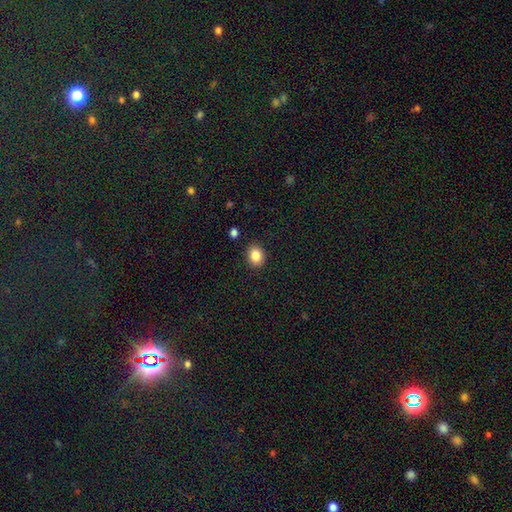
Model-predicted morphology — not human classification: Smooth or featured? smooth (86%)
How rounded? round (52%)
Merging? none (90%)